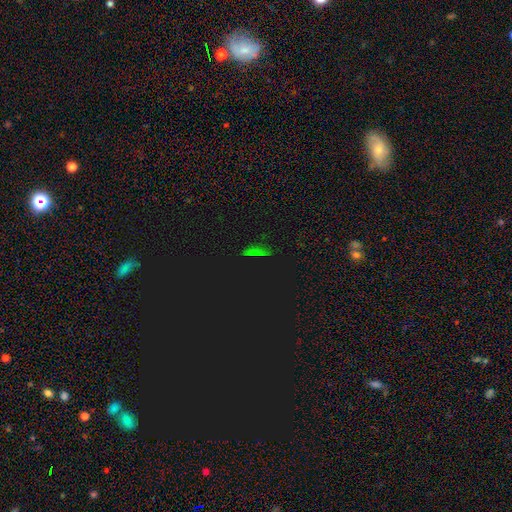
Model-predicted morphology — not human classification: A star or artifact, not a galaxy (62%).

Vote fractions:
- Smooth or featured? star or artifact: 62% / smooth: 29% / featured or disk: 9%